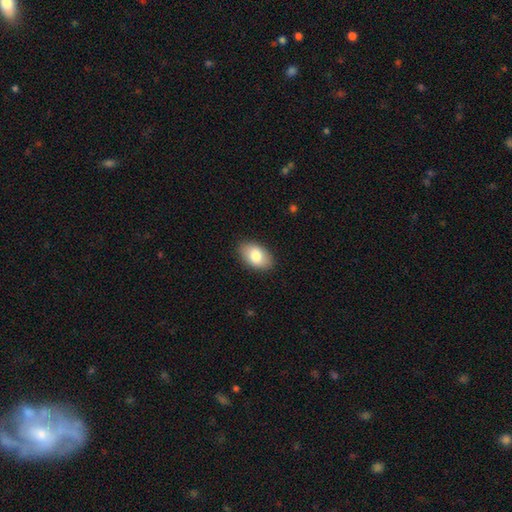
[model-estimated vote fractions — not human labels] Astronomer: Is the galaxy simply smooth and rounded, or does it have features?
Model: smooth — 81%.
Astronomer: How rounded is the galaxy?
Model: in between — 92%.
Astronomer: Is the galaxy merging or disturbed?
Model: none — 88%.